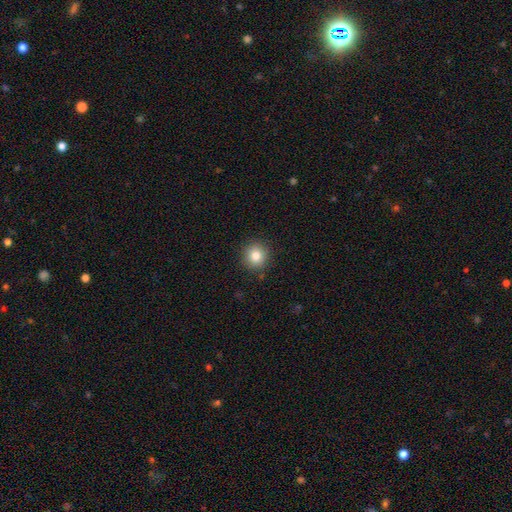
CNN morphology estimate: type=smooth (83%); roundness=round (93%); merging=none (90%).